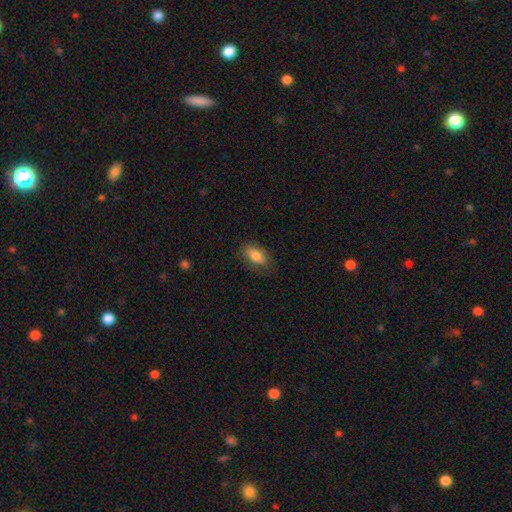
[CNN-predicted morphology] A smooth galaxy with no disk features (77%) that is in between round and cigar-shaped (83%). Merging: none (77%).